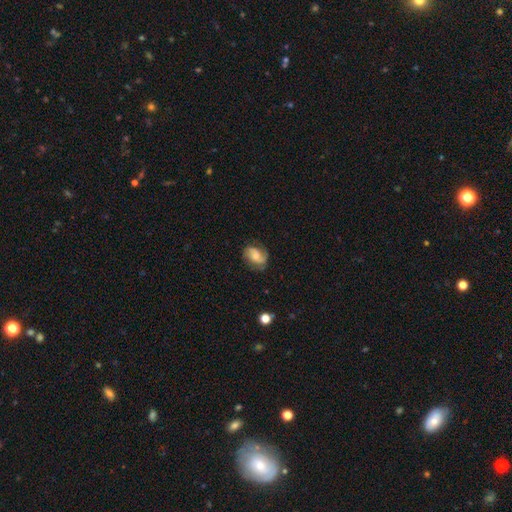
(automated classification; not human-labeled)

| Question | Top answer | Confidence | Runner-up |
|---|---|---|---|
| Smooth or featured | featured or disk | 66% | smooth (26%) |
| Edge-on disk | no | 97% | yes (3%) |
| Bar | no | 58% | weak (35%) |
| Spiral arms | yes | 92% | no (8%) |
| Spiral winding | medium | 44% | loose (28%) |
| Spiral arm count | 2 | 69% | 1 (15%) |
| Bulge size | moderate | 42% | small (39%) |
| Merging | none | 67% | minor disturbance (21%) |